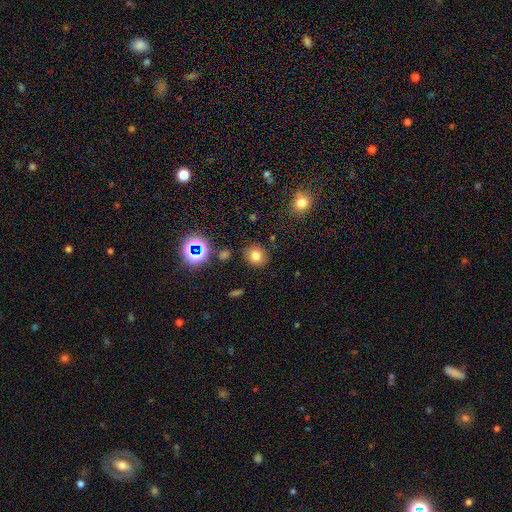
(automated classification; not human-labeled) Morphology: type=smooth (74%); roundness=round (78%); merging=none (84%).